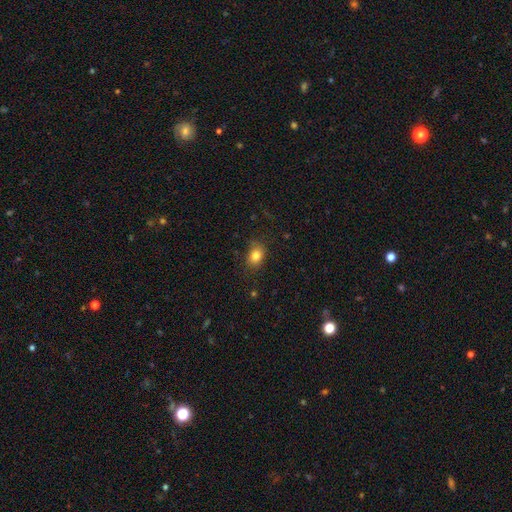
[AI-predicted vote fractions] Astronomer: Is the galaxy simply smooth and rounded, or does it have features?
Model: smooth — 82%.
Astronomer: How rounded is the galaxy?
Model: in between — 63%.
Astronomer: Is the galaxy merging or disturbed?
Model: none — 81%.